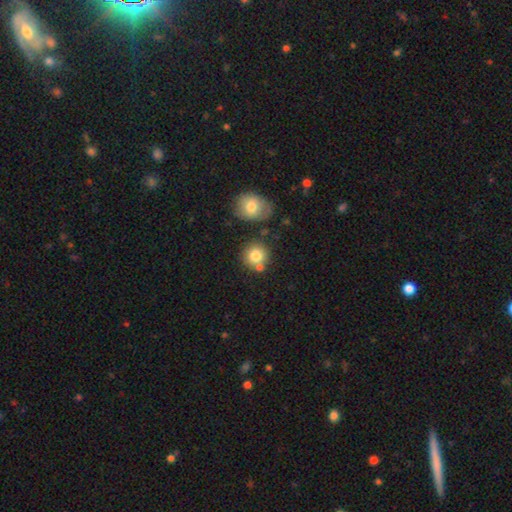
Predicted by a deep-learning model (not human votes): Smooth or featured? smooth (80%)
How rounded? round (88%)
Merging? none (67%)